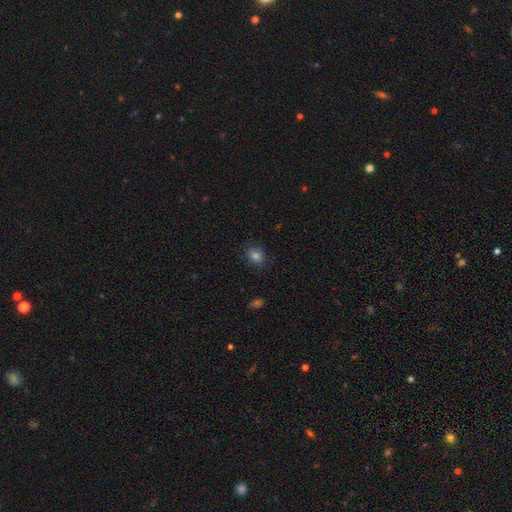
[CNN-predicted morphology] type=smooth (79%); roundness=round (60%); merging=none (81%).